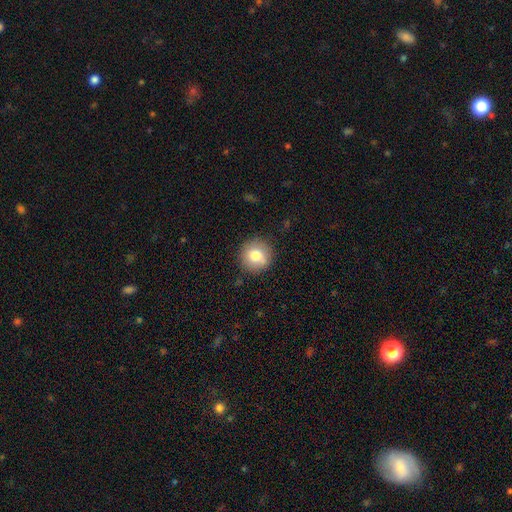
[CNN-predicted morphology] This is likely a smooth galaxy (78%). How rounded: clearly round (93%). Merging: clearly none (87%).